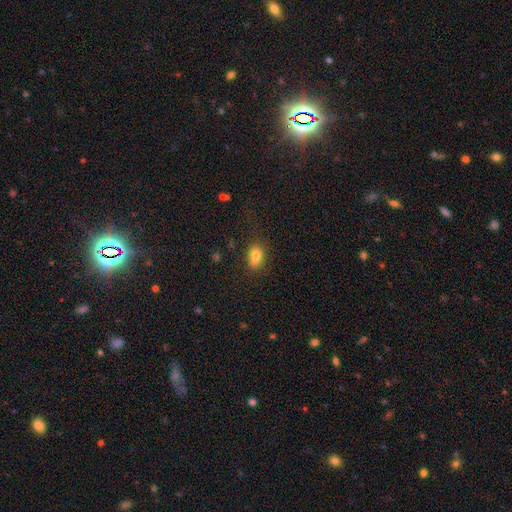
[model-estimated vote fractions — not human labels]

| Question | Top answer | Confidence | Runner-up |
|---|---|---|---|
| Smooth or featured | smooth | 79% | star or artifact (12%) |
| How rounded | in between | 75% | round (22%) |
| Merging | none | 63% | minor disturbance (23%) |